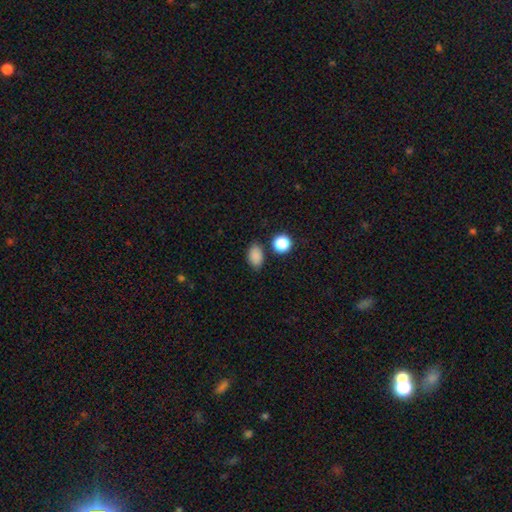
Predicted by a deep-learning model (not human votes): Smooth or featured? Predicted: smooth (p=0.86). How rounded? Predicted: in between (p=0.81). Merging? Predicted: none (p=0.80).